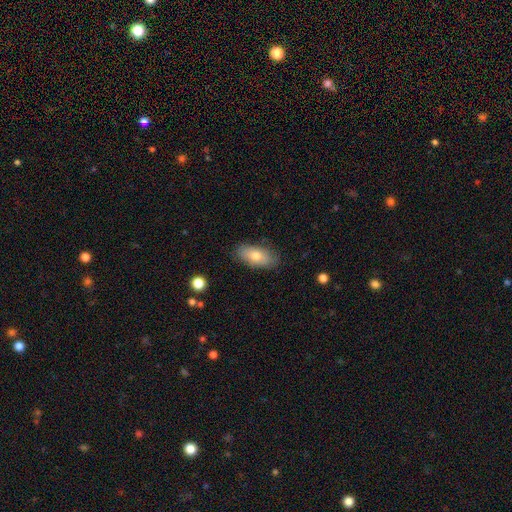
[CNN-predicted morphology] A smooth galaxy with no disk features (75%) that is in between round and cigar-shaped (89%). Merging: none (83%).